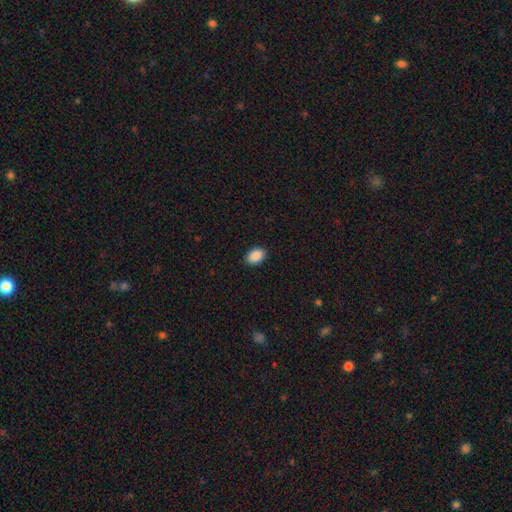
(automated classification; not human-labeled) Q: Smooth or featured?
A: smooth (90%); runner-up: star or artifact (7%)
Q: How rounded?
A: in between (82%); runner-up: round (17%)
Q: Merging?
A: none (90%); runner-up: minor disturbance (8%)